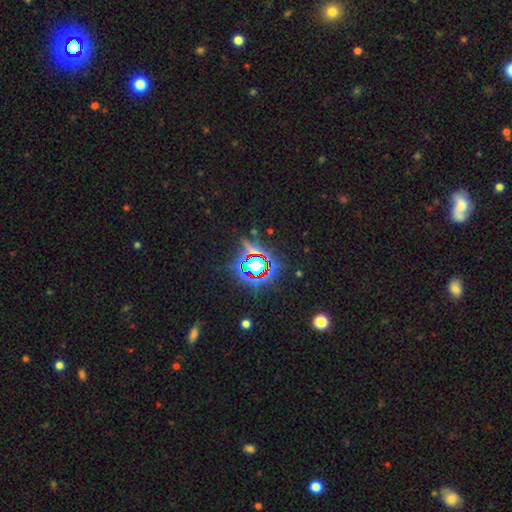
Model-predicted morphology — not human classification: smooth_or_featured: star or artifact (p=0.74) [alt: smooth p=0.15]